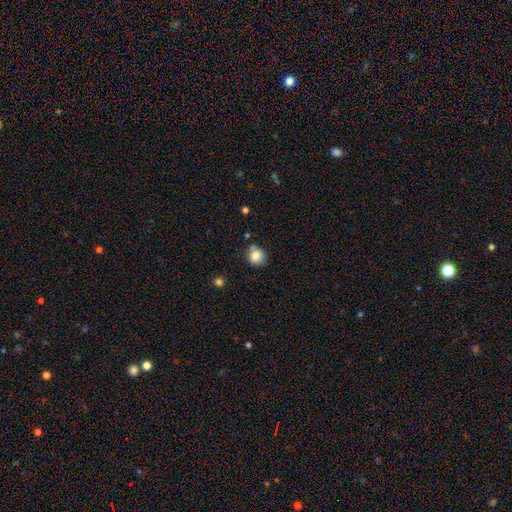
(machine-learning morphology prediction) A smooth galaxy with no disk features (84%) that is round (85%).

Vote fractions:
- Smooth or featured? smooth: 84% / star or artifact: 10% / featured or disk: 6%
- How rounded? round: 85% / in between: 14% / cigar-shaped: 1%
- Merging? none: 76% / minor disturbance: 15% / merger: 6% / major disturbance: 3%